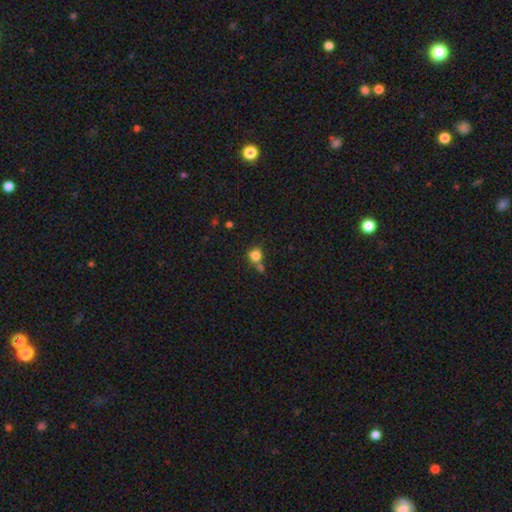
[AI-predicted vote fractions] Smooth or featured?
  - smooth: 76% *
  - star or artifact: 13%
  - featured or disk: 11%
How rounded?
  - round: 76% *
  - in between: 22%
  - cigar-shaped: 2%
Merging?
  - none: 45% *
  - merger: 30%
  - minor disturbance: 16%
  - major disturbance: 9%